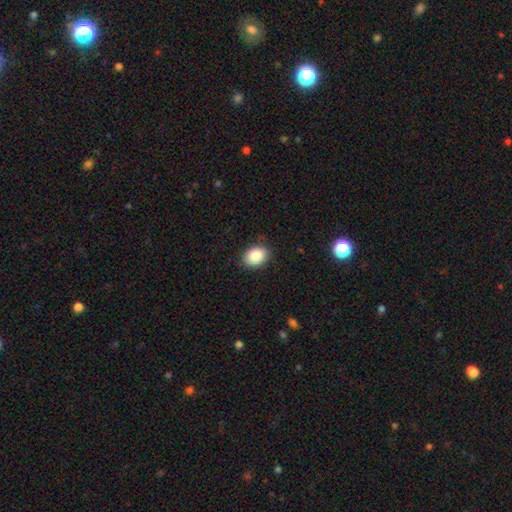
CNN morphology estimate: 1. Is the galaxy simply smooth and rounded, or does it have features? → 86% smooth, 8% star or artifact, 6% featured or disk.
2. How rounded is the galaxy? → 70% in between, 29% round, 1% cigar-shaped.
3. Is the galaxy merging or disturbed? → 86% none, 11% minor disturbance, 2% major disturbance, 1% merger.